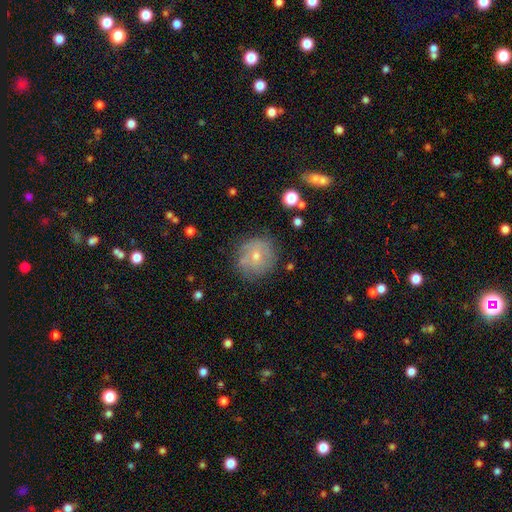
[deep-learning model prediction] Smooth or featured? smooth (50%)
Merging? none (70%)